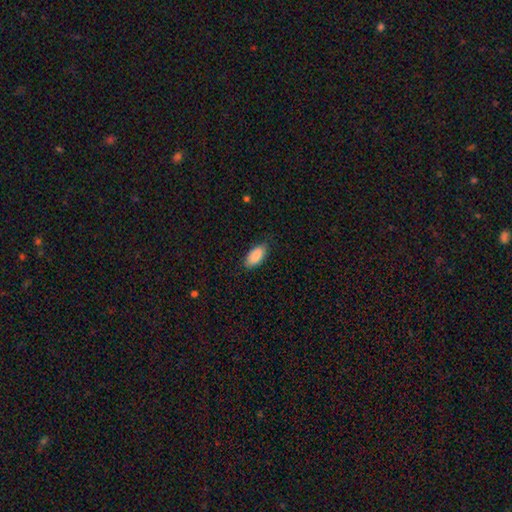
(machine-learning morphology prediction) smooth 89%, star or artifact 6%, featured or disk 5%. Down the decision tree: how rounded — in between (92%); merging — none (81%).